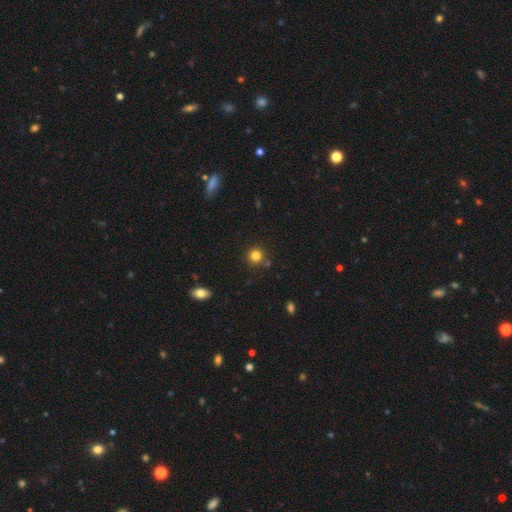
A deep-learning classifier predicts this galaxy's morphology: smooth_or_featured: smooth (p=0.81) [alt: star or artifact p=0.13]
how_rounded: round (p=0.92) [alt: in between p=0.07]
merging: none (p=0.84) [alt: minor disturbance p=0.08]